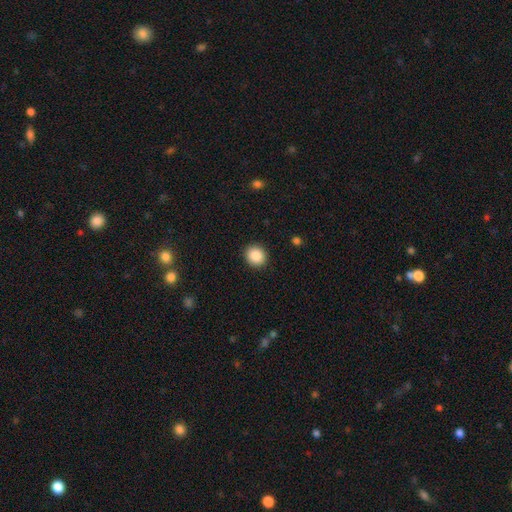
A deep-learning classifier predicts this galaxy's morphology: smooth_or_featured: smooth (p=0.88) [alt: star or artifact p=0.08]
how_rounded: round (p=0.84) [alt: in between p=0.16]
merging: none (p=0.91) [alt: minor disturbance p=0.06]